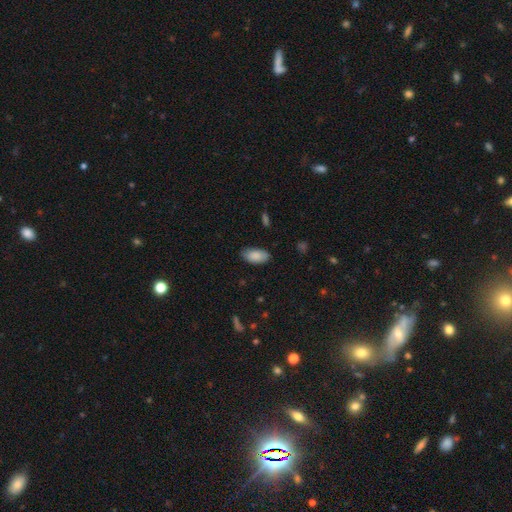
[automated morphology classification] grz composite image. It shows a smooth galaxy with no disk features (87%) that is in between round and cigar-shaped (95%). Merging: none (81%).